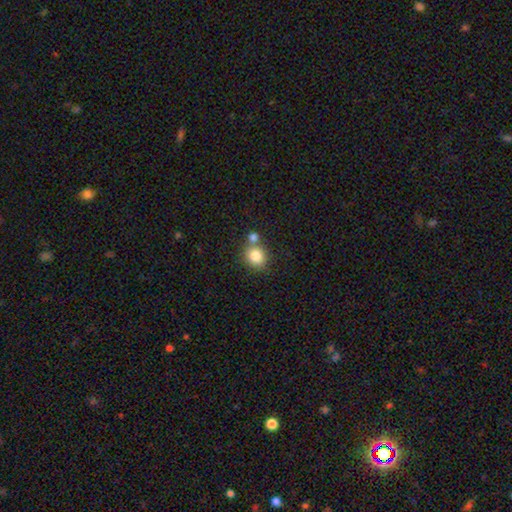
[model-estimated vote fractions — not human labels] smooth 82%, star or artifact 10%, featured or disk 8%. Down the decision tree: how rounded — round (79%); merging — none (59%).